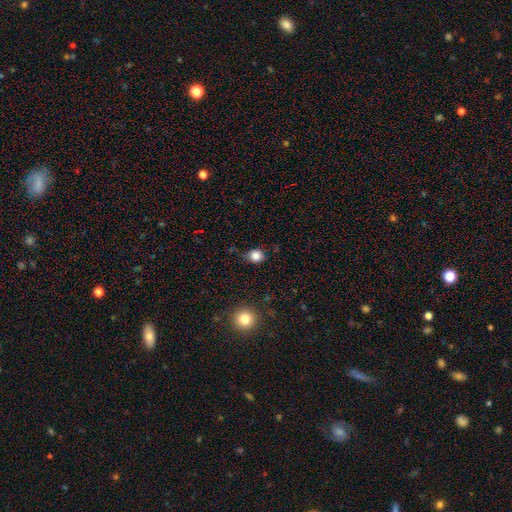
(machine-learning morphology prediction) A smooth galaxy with no disk features (83%) that is round (77%). Merging: none (68%).